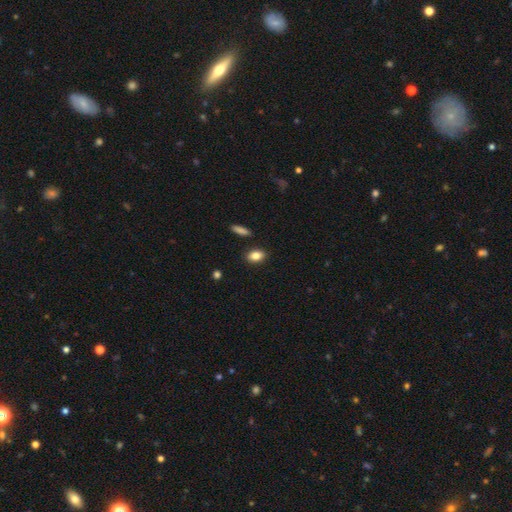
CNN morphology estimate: Smooth or featured? smooth (85%)
How rounded? in between (80%)
Merging? none (88%)